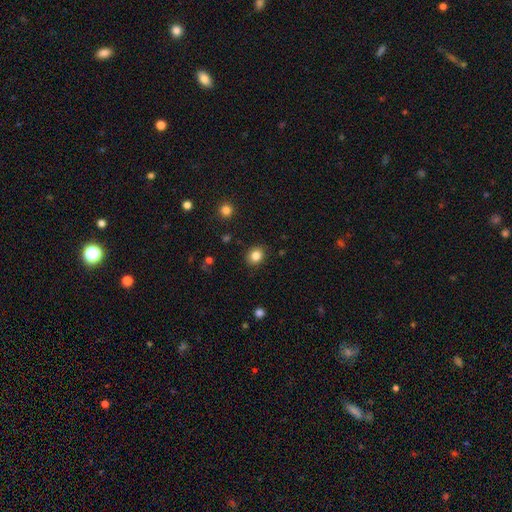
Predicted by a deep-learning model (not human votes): This appears to be a smooth galaxy with no disk features (84%) that is round (67%). Merging: none (88%).